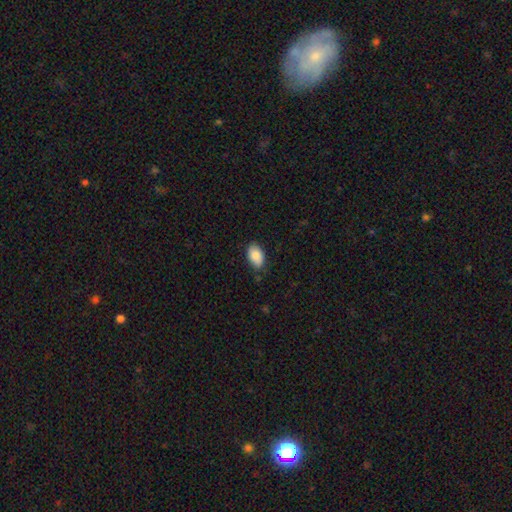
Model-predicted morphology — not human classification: type=smooth (88%); roundness=in between (92%); merging=none (79%).